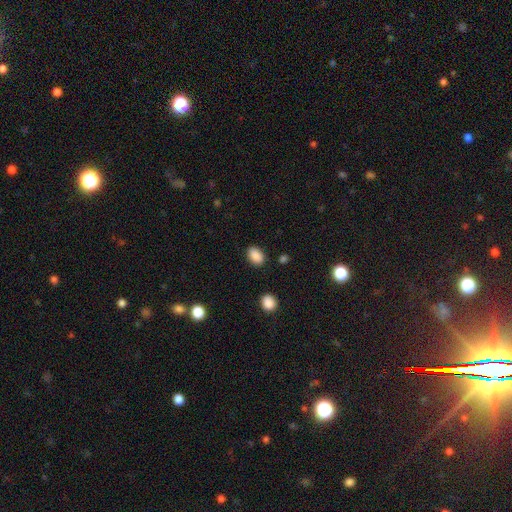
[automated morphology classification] The model was most divided on "how rounded": in between: 82%, round: 16%, cigar-shaped: 1%. More confident: smooth or featured — smooth (88%); merging — none (86%).